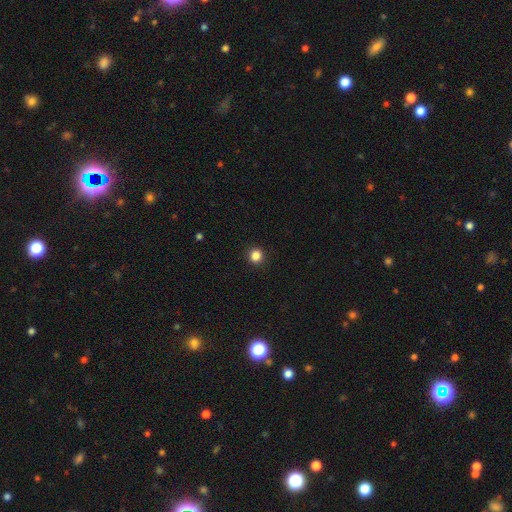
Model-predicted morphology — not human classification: A smooth galaxy with no disk features (85%) that is round (92%). Merging: none (92%).